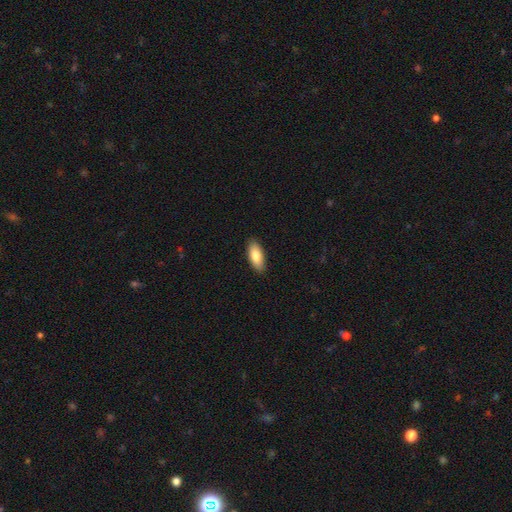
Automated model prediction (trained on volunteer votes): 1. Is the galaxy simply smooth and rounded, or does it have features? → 84% smooth, 10% featured or disk, 6% star or artifact.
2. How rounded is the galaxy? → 80% in between, 18% cigar-shaped, 2% round.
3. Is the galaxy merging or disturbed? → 90% none, 8% minor disturbance, 2% major disturbance, 1% merger.